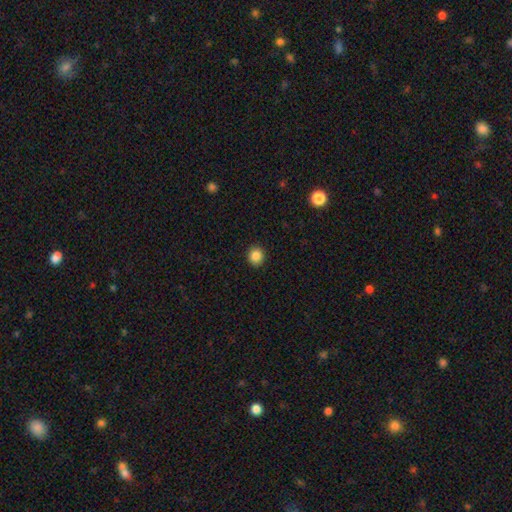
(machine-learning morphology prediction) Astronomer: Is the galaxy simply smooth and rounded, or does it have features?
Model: smooth — 86%.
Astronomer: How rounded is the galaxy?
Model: round — 85%.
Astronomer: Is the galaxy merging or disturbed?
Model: none — 92%.